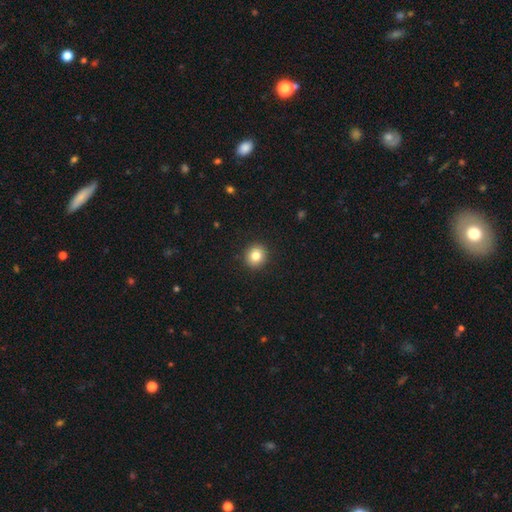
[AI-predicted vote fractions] This appears to be a smooth galaxy with no disk features (82%) that is round (86%). Merging: none (92%).